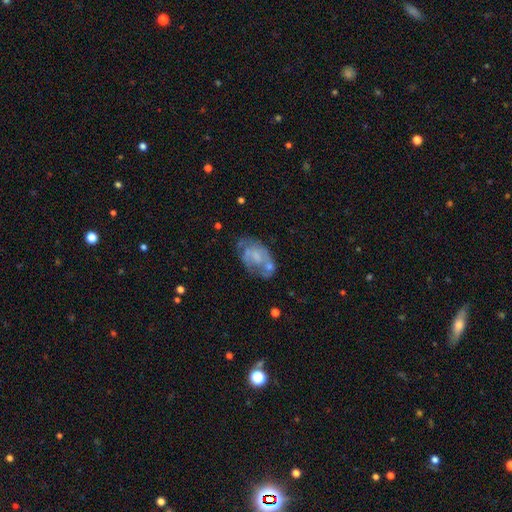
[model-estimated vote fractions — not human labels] Morphology: type=featured or disk (60%); edge-on=no (96%); bar=no (70%); spiral arms=no (52%); bulge=none (35%); merging=none (41%).